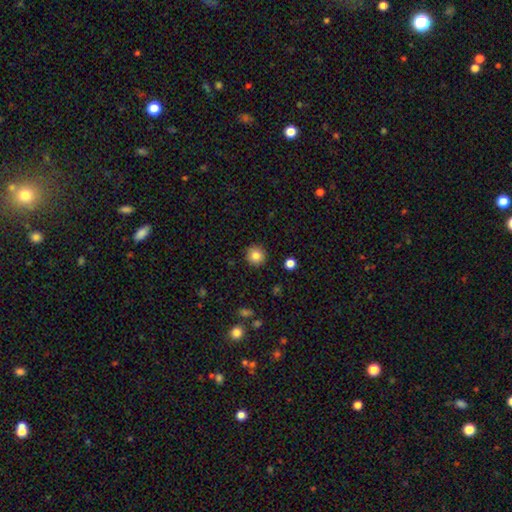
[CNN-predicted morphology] type=smooth (83%); roundness=round (93%); merging=none (91%).